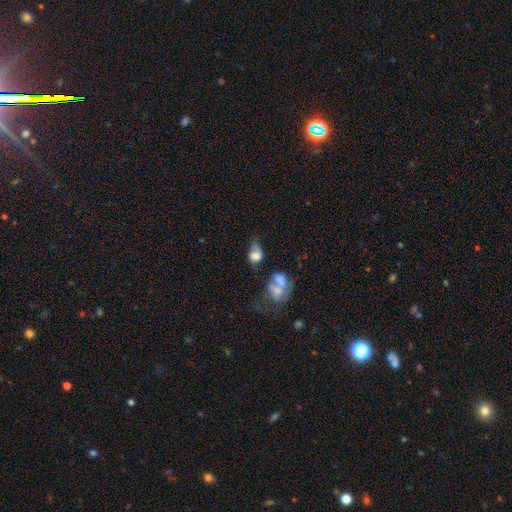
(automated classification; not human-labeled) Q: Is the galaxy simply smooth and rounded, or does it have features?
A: smooth — 60%.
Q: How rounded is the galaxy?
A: in between — 70%.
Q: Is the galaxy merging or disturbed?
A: major disturbance — 28%.